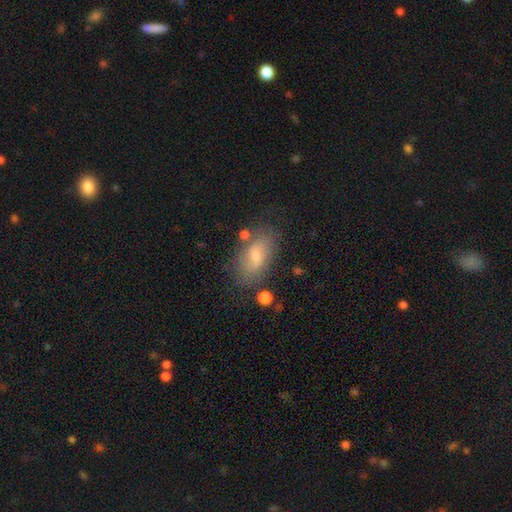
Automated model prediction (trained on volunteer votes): Smooth or featured?
  - smooth: 48% *
  - featured or disk: 42%
  - star or artifact: 10%
Merging?
  - none: 71% *
  - minor disturbance: 18%
  - major disturbance: 6%
  - merger: 5%